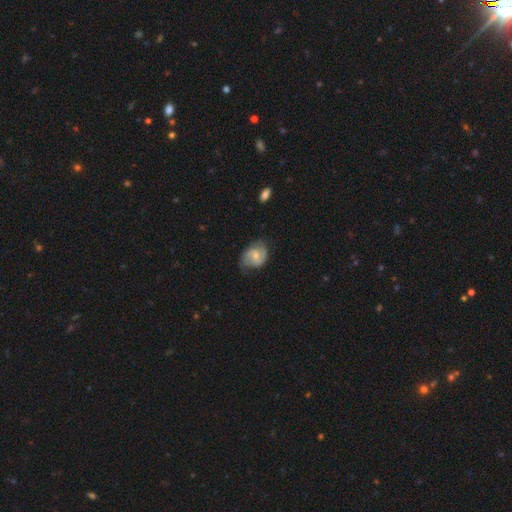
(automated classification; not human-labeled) smooth_or_featured: featured or disk (p=0.53) [alt: smooth p=0.40]
disk_edge_on: no (p=0.97) [alt: yes p=0.03]
bar: no (p=0.58) [alt: weak p=0.34]
has_spiral_arms: yes (p=0.81) [alt: no p=0.19]
bulge_size: moderate (p=0.48) [alt: small p=0.47]
merging: none (p=0.53) [alt: minor disturbance p=0.33]